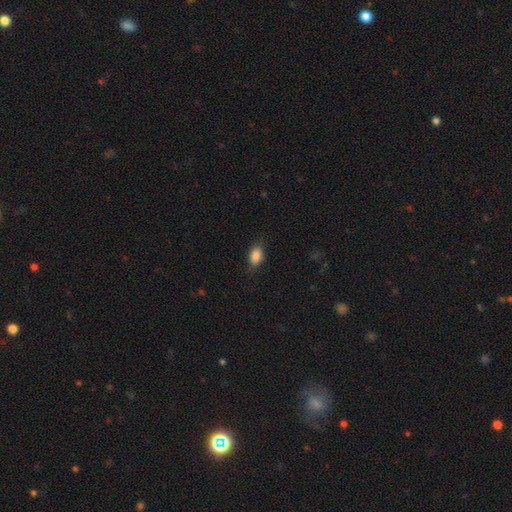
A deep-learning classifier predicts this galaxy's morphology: smooth-or-featured: smooth: 87% | star or artifact: 8% | featured or disk: 5%
  how-rounded: in between: 87% | round: 10% | cigar-shaped: 3%
  merging: none: 79% | minor disturbance: 16% | major disturbance: 4% | merger: 1%